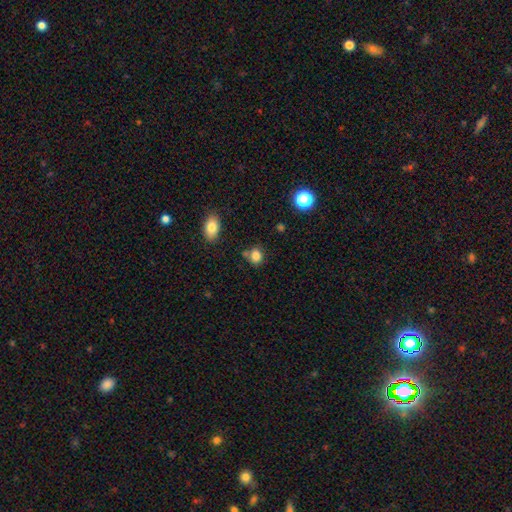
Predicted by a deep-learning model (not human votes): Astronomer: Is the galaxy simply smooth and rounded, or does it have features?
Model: smooth — 83%.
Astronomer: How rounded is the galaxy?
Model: round — 63%.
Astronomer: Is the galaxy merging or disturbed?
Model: none — 69%.